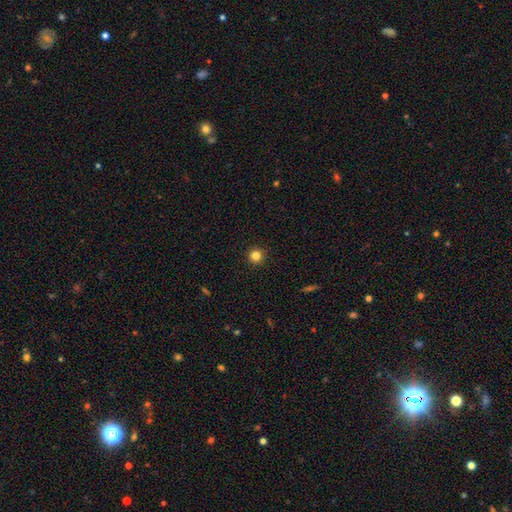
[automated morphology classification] The model was most divided on "smooth or featured": smooth: 83%, star or artifact: 13%, featured or disk: 5%. More confident: how rounded — round (96%); merging — none (93%).